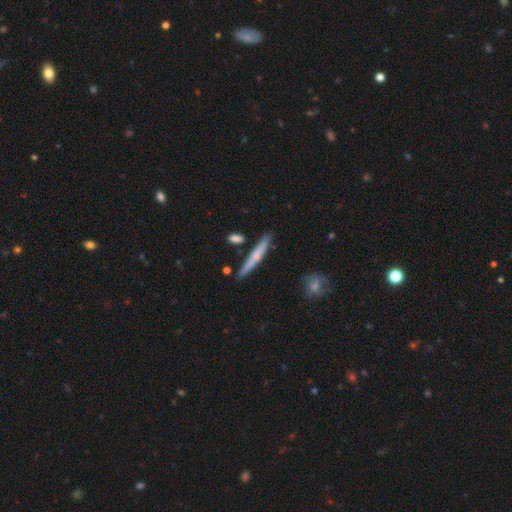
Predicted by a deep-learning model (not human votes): Smooth or featured? smooth (55%)
How rounded? cigar-shaped (93%)
Merging? none (83%)